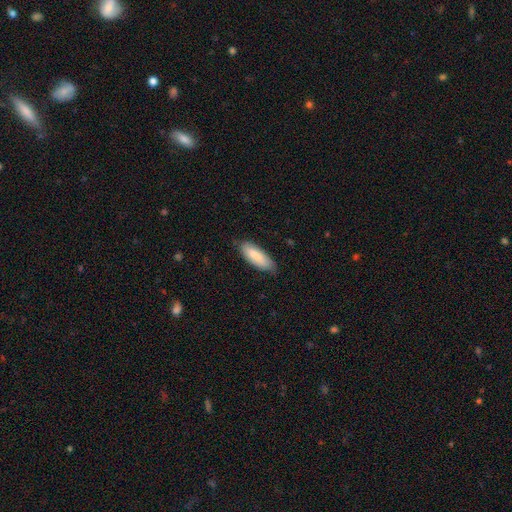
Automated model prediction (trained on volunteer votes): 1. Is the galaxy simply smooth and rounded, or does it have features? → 84% smooth, 10% featured or disk, 5% star or artifact.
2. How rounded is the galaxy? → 70% in between, 29% cigar-shaped, 1% round.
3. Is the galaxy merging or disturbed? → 75% none, 20% minor disturbance, 3% major disturbance, 1% merger.